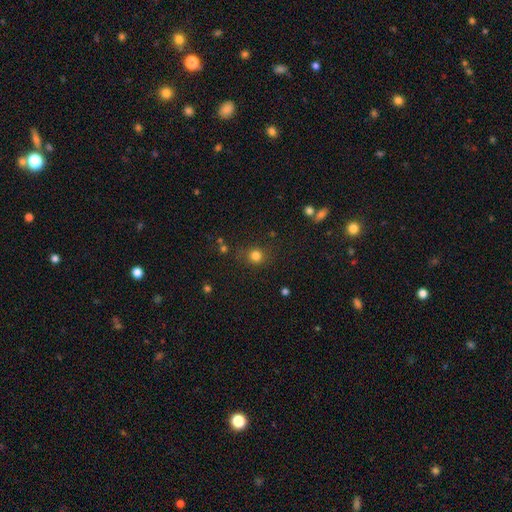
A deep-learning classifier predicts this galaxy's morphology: type=smooth (80%); roundness=round (86%); merging=none (79%).